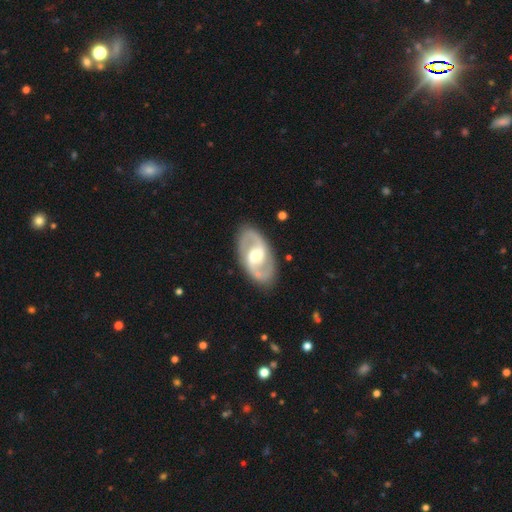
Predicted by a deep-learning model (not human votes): Smooth or featured? Predicted: featured or disk (p=0.84). Edge-on disk? Predicted: no (p=0.95). Bar? Predicted: weak (p=0.46). Spiral arms? Predicted: yes (p=0.89). Spiral winding? Predicted: medium (p=0.53). Spiral arm count? Predicted: 2 (p=0.91). Bulge size? Predicted: moderate (p=0.66). Merging? Predicted: none (p=0.86).